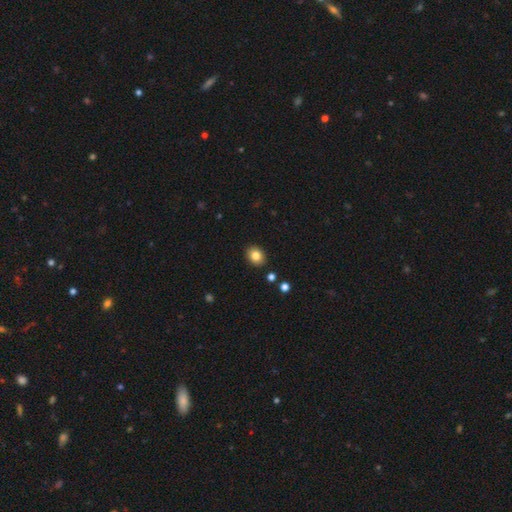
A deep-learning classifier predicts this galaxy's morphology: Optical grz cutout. It shows a smooth galaxy with no disk features (83%) that is round (52%). Merging: none (90%).